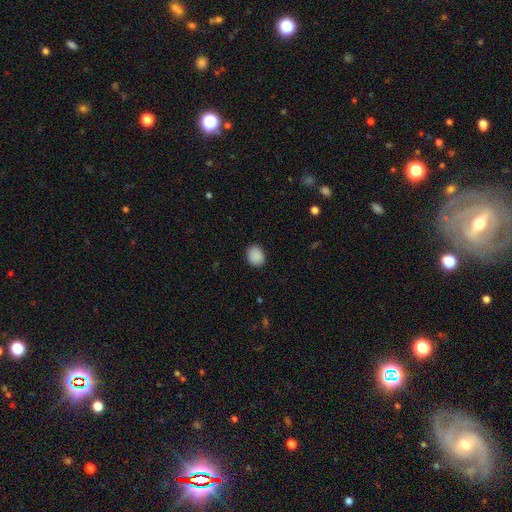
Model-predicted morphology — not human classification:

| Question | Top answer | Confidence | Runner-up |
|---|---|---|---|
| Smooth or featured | smooth | 90% | star or artifact (8%) |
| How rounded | round | 55% | in between (45%) |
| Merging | none | 88% | minor disturbance (9%) |